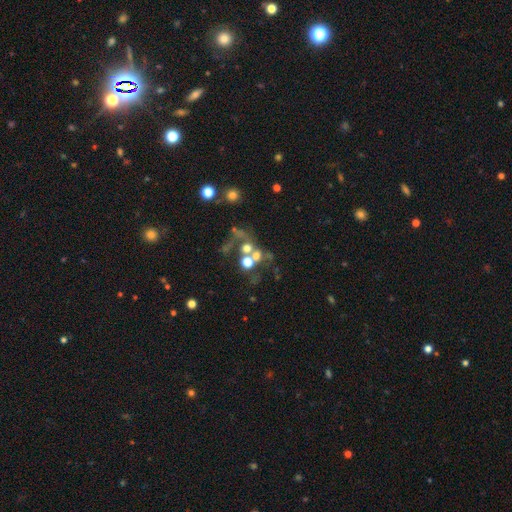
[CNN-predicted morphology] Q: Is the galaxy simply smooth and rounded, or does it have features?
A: smooth — 46%.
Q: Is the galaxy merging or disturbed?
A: merger — 49%.